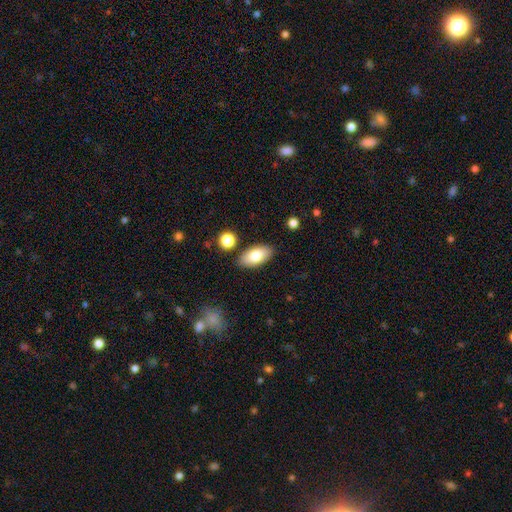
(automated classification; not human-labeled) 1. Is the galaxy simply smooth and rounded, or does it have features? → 79% smooth, 15% featured or disk, 7% star or artifact.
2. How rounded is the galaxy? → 92% in between, 5% cigar-shaped, 3% round.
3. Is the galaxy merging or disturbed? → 86% none, 9% minor disturbance, 3% merger, 2% major disturbance.